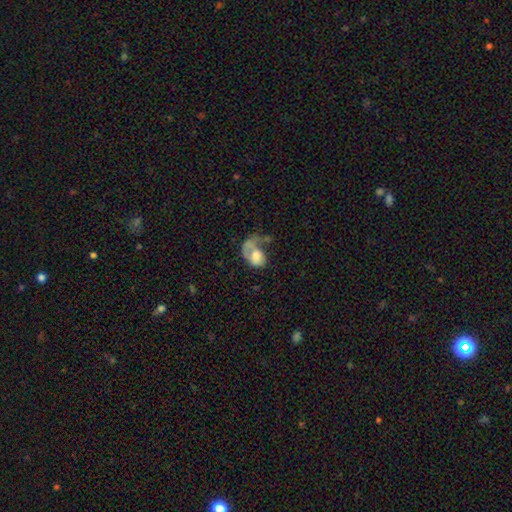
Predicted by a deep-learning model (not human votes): Q: Smooth or featured?
A: smooth (55%); runner-up: featured or disk (37%)
Q: How rounded?
A: in between (75%); runner-up: round (24%)
Q: Merging?
A: major disturbance (50%); runner-up: none (18%)